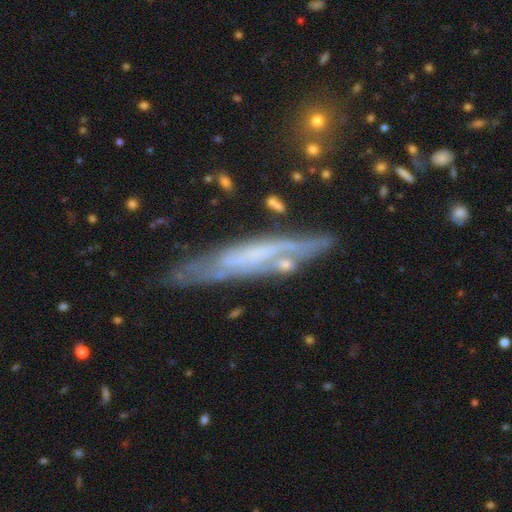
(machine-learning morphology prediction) Smooth or featured? featured or disk (66%)
Edge-on disk? yes (64%)
Merging? none (68%)